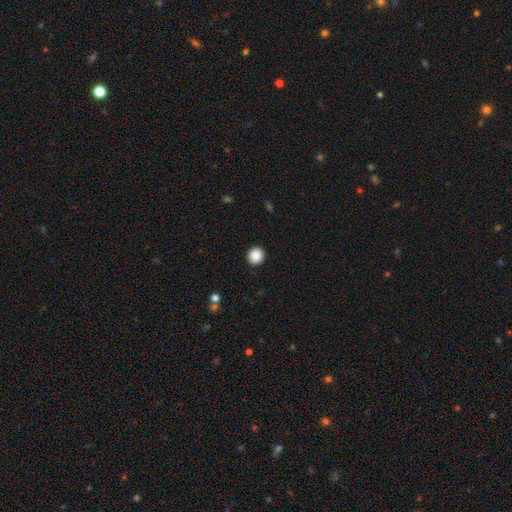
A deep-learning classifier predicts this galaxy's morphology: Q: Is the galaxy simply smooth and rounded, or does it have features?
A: smooth — 88%.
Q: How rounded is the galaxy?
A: round — 89%.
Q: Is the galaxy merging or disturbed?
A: none — 92%.